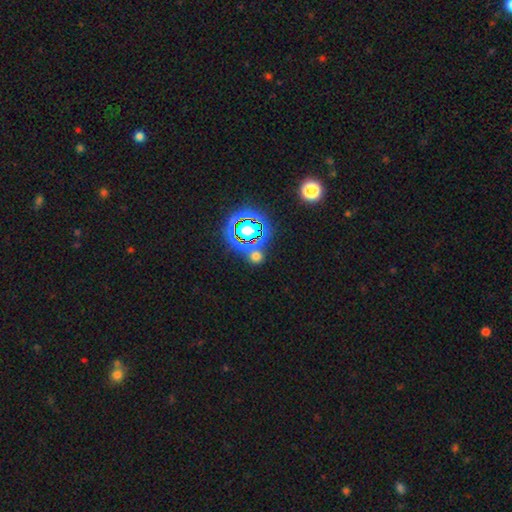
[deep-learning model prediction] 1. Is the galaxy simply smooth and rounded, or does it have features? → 46% smooth, 45% star or artifact, 9% featured or disk.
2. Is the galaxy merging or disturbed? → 71% none, 14% merger, 9% minor disturbance, 5% major disturbance.